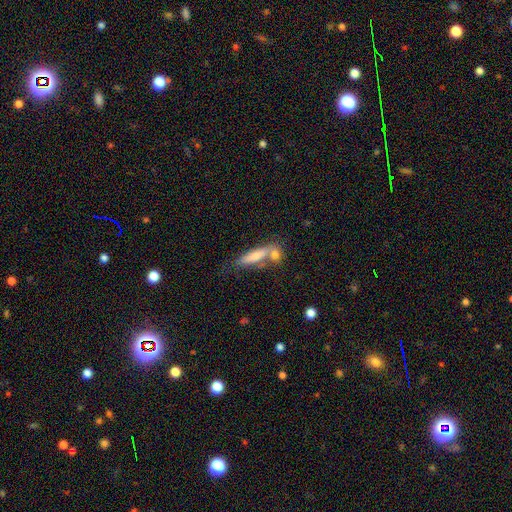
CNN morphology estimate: smooth 73%, featured or disk 20%, star or artifact 7%. Down the decision tree: how rounded — cigar-shaped (67%); merging — none (47%).